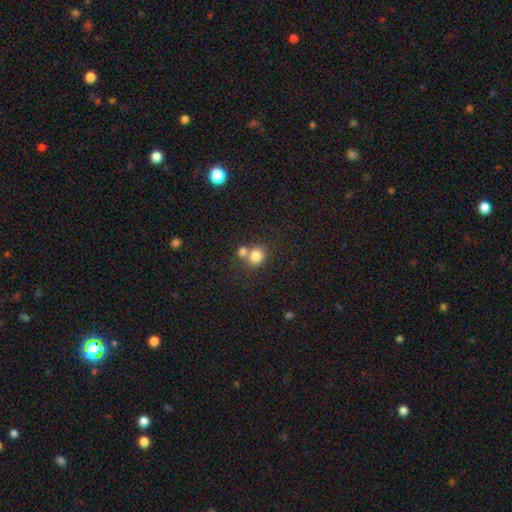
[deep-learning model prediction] Smooth or featured: smooth — 81% (star or artifact — 11%)
How rounded: round — 80% (in between — 19%)
Merging: none — 49% (merger — 40%)